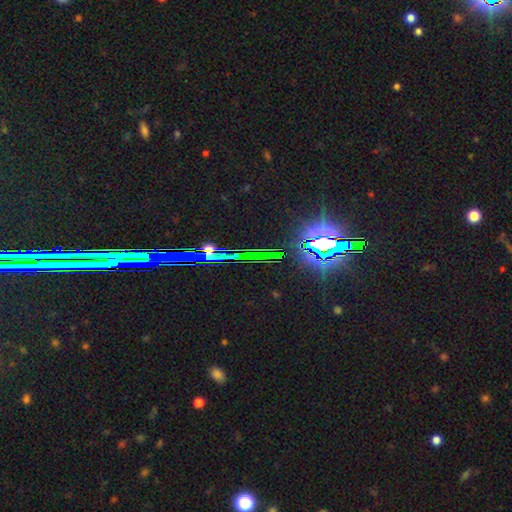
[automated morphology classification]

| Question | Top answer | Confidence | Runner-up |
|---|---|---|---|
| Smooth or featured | star or artifact | 81% | featured or disk (10%) |